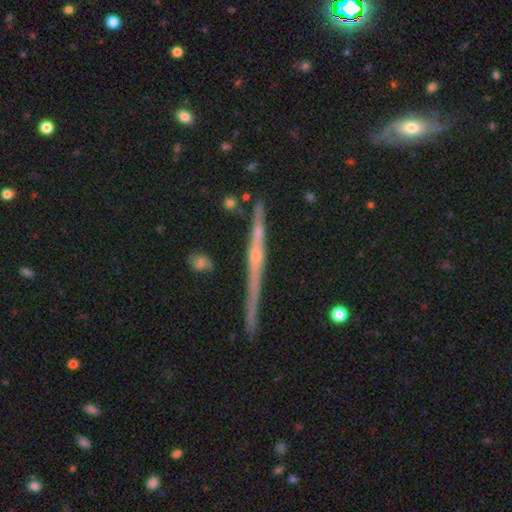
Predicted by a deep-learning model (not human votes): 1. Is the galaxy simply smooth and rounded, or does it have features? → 71% featured or disk, 17% smooth, 12% star or artifact.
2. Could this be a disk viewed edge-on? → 97% yes, 3% no.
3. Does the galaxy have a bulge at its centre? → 46% rounded, 45% none, 8% boxy.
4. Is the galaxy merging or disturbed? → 84% none, 11% minor disturbance, 3% merger, 3% major disturbance.